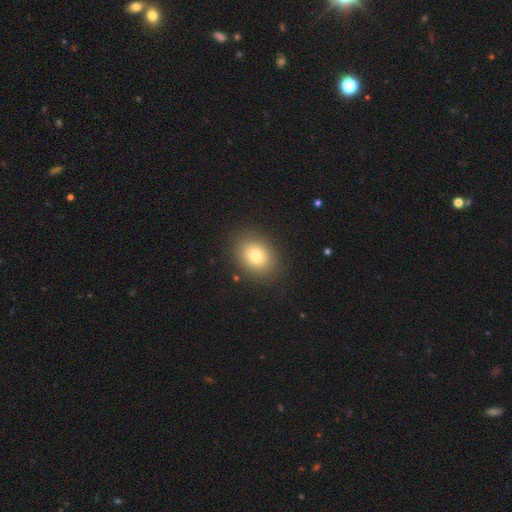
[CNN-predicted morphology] Smooth or featured? smooth (77%)
How rounded? in between (55%)
Merging? none (87%)